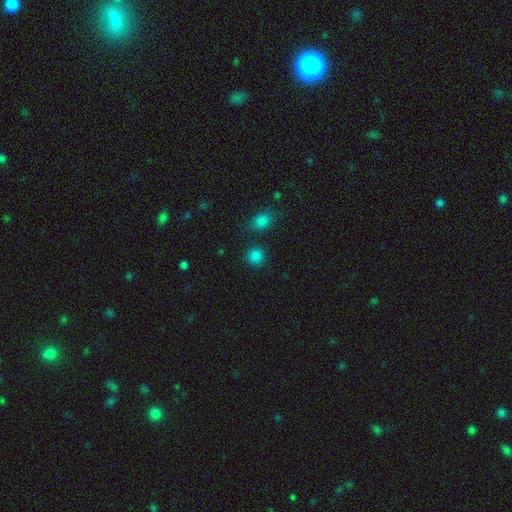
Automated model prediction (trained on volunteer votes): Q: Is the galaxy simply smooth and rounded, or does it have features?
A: smooth — 84%.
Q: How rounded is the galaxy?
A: round — 87%.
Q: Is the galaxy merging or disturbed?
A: none — 81%.